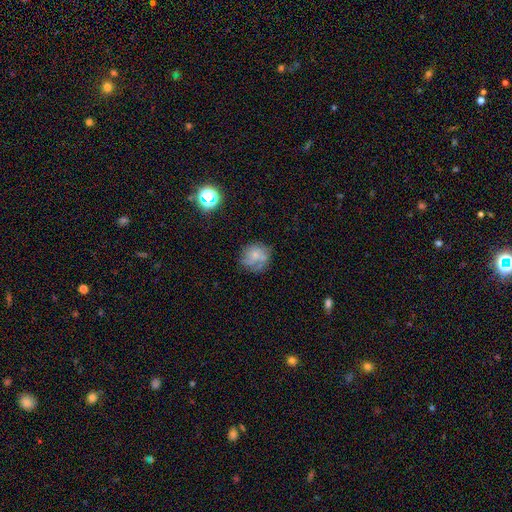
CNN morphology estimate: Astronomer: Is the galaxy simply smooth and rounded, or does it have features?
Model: smooth — 49% (runner-up: featured or disk, 39%).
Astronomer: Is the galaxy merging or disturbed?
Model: none — 55%.